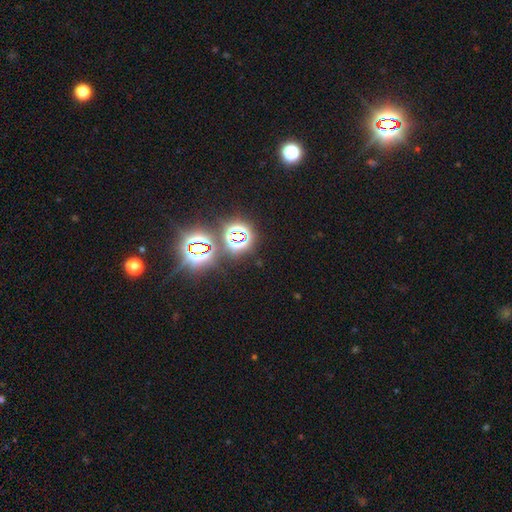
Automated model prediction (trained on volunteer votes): A star or artifact, not a galaxy (79%).